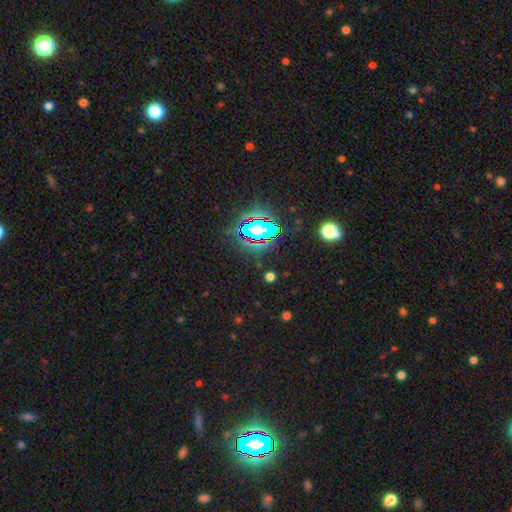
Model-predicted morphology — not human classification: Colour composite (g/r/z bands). It shows a star or artifact, not a galaxy (83%).